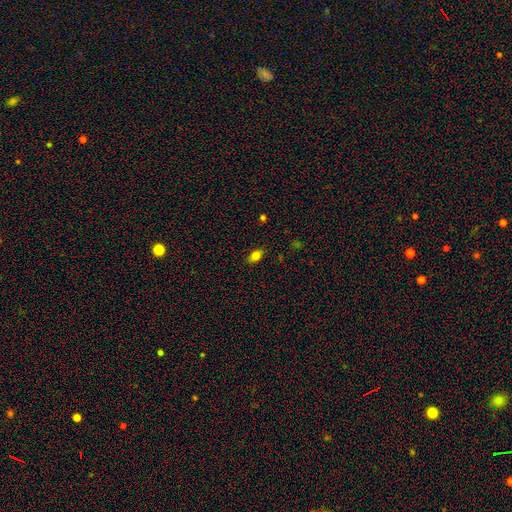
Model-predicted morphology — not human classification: smooth-or-featured: smooth: 81% | star or artifact: 11% | featured or disk: 7%
  how-rounded: in between: 82% | round: 15% | cigar-shaped: 3%
  merging: none: 85% | minor disturbance: 11% | major disturbance: 2% | merger: 1%